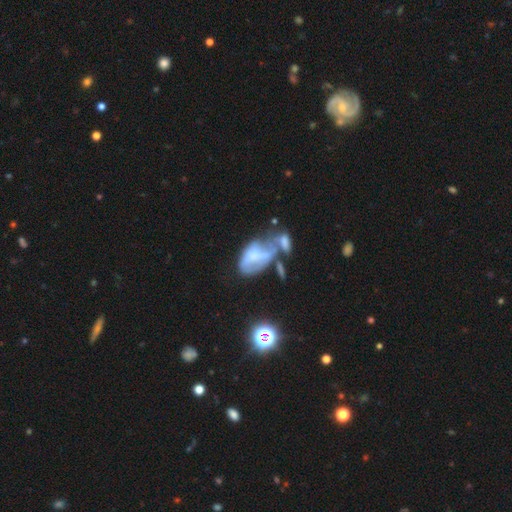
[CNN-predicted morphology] smooth-or-featured: featured or disk: 50% | smooth: 38% | star or artifact: 12%
  disk-edge-on: no: 95% | yes: 5%
  merging: merger: 45% | major disturbance: 28% | minor disturbance: 14% | none: 13%